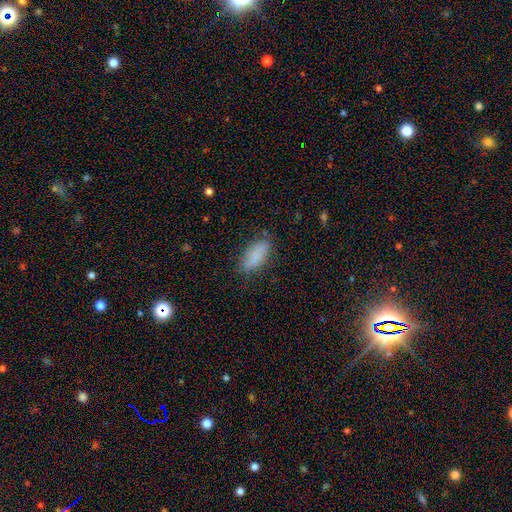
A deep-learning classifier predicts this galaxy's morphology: This appears to be a smooth galaxy with no disk features (81%) that is in between round and cigar-shaped (84%). Merging: none (74%).